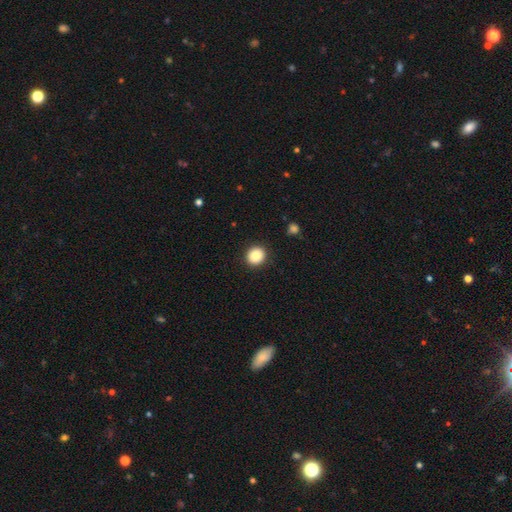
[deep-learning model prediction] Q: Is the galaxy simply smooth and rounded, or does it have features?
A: smooth — 87%.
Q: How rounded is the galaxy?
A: round — 87%.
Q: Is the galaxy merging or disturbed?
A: none — 92%.